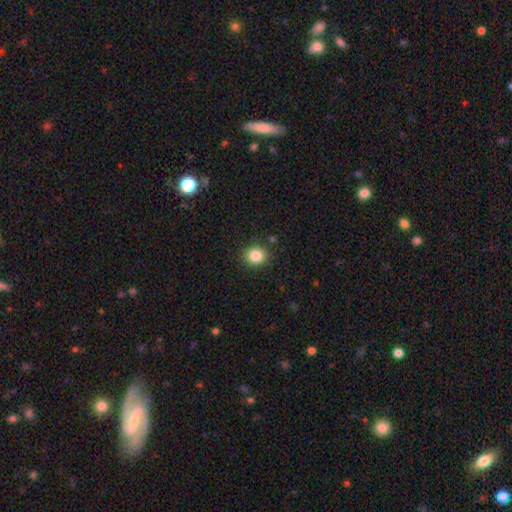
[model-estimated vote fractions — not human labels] Smooth or featured? smooth (84%)
How rounded? round (76%)
Merging? none (87%)